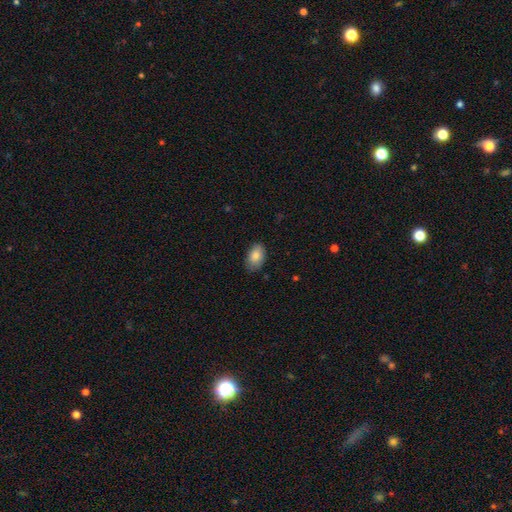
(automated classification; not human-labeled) Smooth or featured? smooth (86%)
How rounded? in between (91%)
Merging? none (80%)